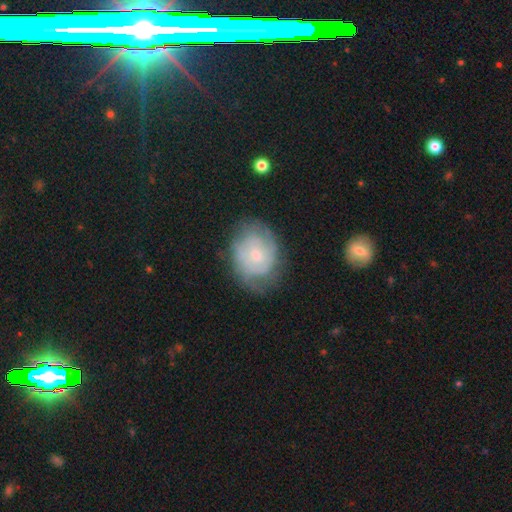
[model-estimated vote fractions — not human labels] featured or disk 62%, smooth 31%, star or artifact 7%. Down the decision tree: edge-on disk — no (97%); bar — no (65%); spiral arms — yes (78%); bulge size — small (52%); merging — none (62%).